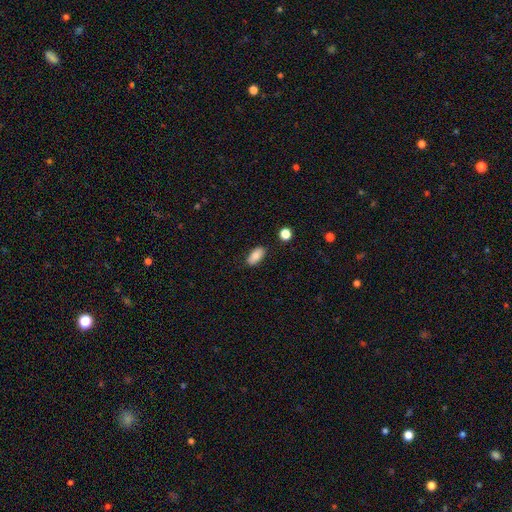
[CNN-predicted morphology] smooth-or-featured: smooth: 81% | featured or disk: 12% | star or artifact: 7%
  how-rounded: in between: 89% | cigar-shaped: 7% | round: 4%
  merging: none: 86% | minor disturbance: 10% | major disturbance: 2% | merger: 2%